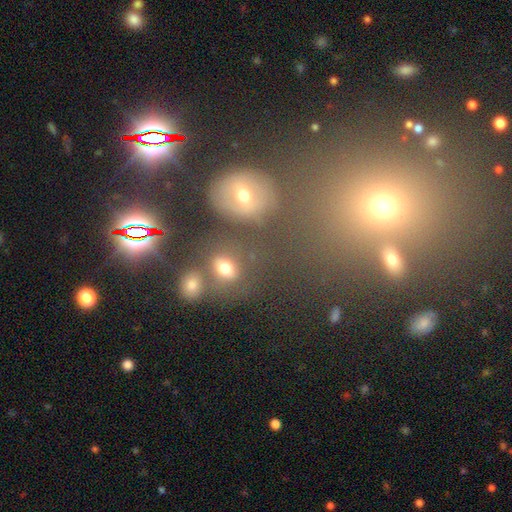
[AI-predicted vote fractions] Smooth or featured?
  - smooth: 47% *
  - star or artifact: 40%
  - featured or disk: 14%
Merging?
  - none: 71% *
  - merger: 13%
  - minor disturbance: 10%
  - major disturbance: 6%